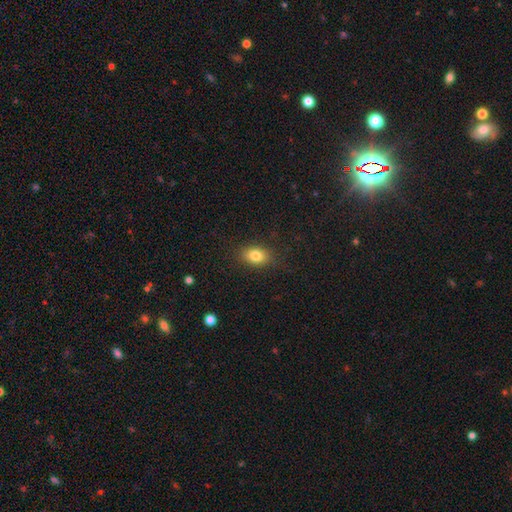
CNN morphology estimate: Q: Smooth or featured?
A: smooth (81%); runner-up: star or artifact (10%)
Q: How rounded?
A: in between (75%); runner-up: round (24%)
Q: Merging?
A: none (85%); runner-up: minor disturbance (11%)